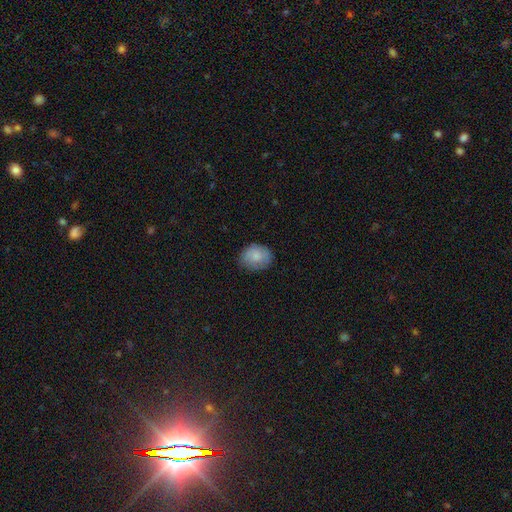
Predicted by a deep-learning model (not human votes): This appears to be a smooth galaxy with no disk features (83%) that is round (51%). Merging: none (79%).